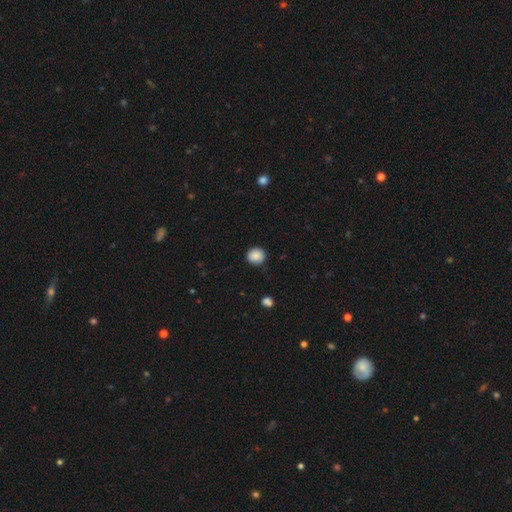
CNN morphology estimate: Smooth or featured: smooth — 87% (star or artifact — 9%)
How rounded: round — 91% (in between — 9%)
Merging: none — 84% (minor disturbance — 12%)